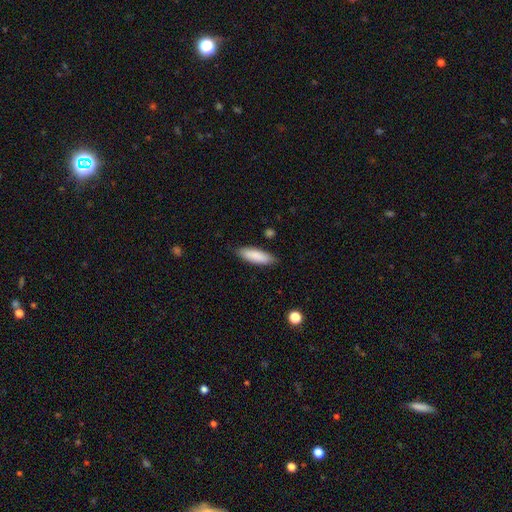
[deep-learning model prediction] Overall: smooth (87%). How rounded: in between (51%; cigar-shaped 48%). Merging: none (87%).